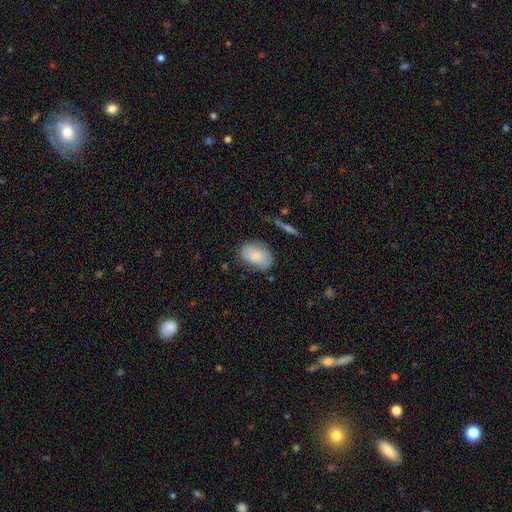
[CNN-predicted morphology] Smooth or featured? Predicted: smooth (p=0.77). How rounded? Predicted: in between (p=0.88). Merging? Predicted: none (p=0.74).